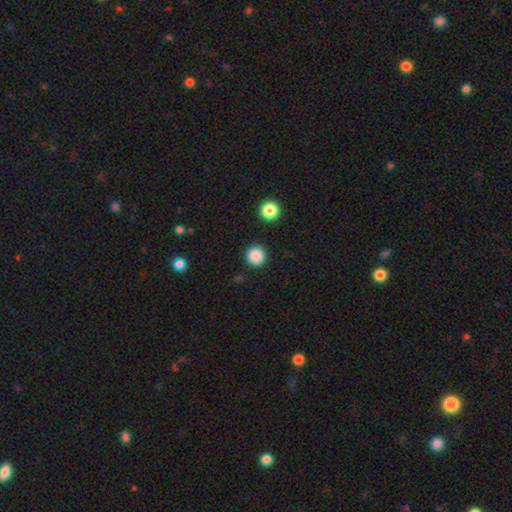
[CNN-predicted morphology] A smooth galaxy with no disk features (87%) that is round (95%).

Vote fractions:
- Smooth or featured? smooth: 87% / star or artifact: 10% / featured or disk: 3%
- How rounded? round: 95% / in between: 4% / cigar-shaped: 1%
- Merging? none: 91% / minor disturbance: 5% / major disturbance: 2% / merger: 2%